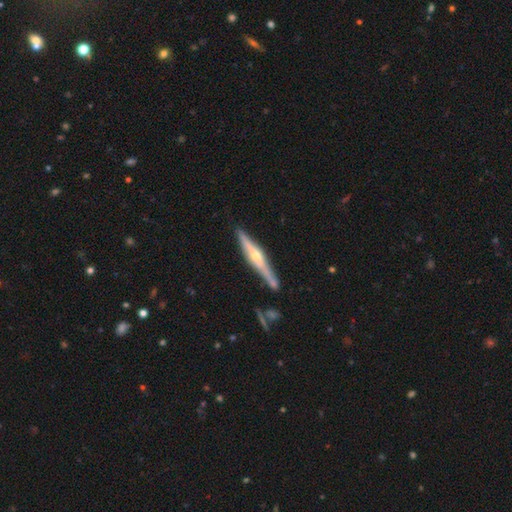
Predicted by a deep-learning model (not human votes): A featured or disk galaxy (72%) viewed edge-on (96%) with a rounded central bulge (88%).

Vote fractions:
- Smooth or featured? featured or disk: 72% / smooth: 22% / star or artifact: 6%
- Edge-on disk? yes: 96% / no: 4%
- Edge-on bulge? rounded: 88% / none: 7% / boxy: 5%
- Merging? none: 77% / minor disturbance: 13% / merger: 7% / major disturbance: 3%